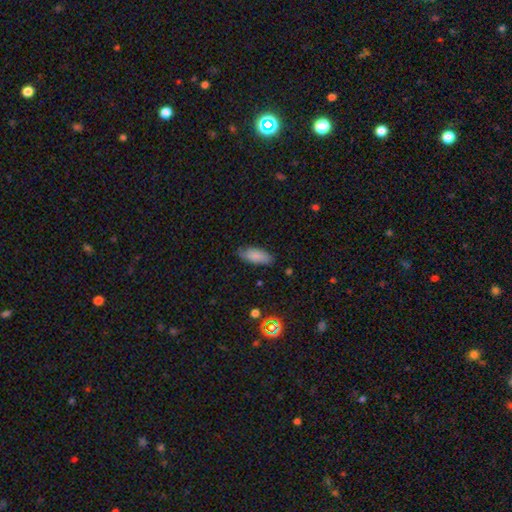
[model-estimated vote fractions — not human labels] Q: Smooth or featured?
A: smooth (83%); runner-up: featured or disk (9%)
Q: How rounded?
A: in between (83%); runner-up: cigar-shaped (15%)
Q: Merging?
A: none (78%); runner-up: minor disturbance (18%)